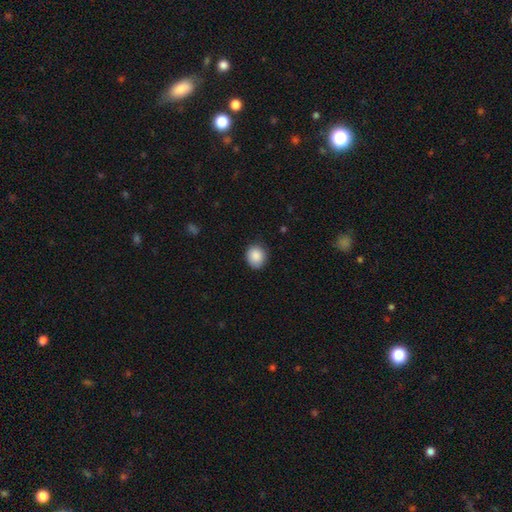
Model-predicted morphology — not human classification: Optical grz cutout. It shows a smooth galaxy with no disk features (88%) that is round (78%). Merging: none (85%).